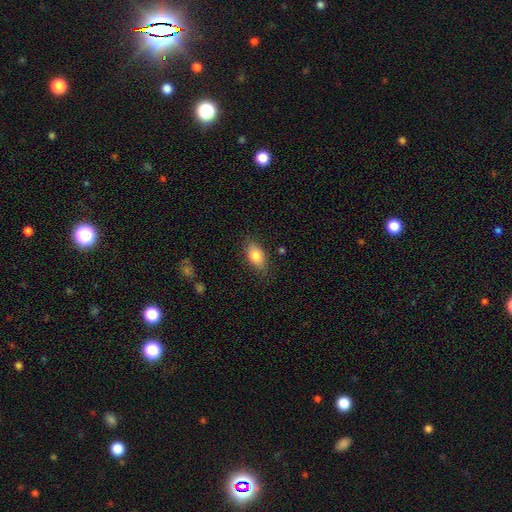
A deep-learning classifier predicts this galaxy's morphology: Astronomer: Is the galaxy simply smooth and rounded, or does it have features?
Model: smooth — 82%.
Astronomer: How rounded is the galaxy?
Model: in between — 88%.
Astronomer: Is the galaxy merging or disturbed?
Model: none — 82%.